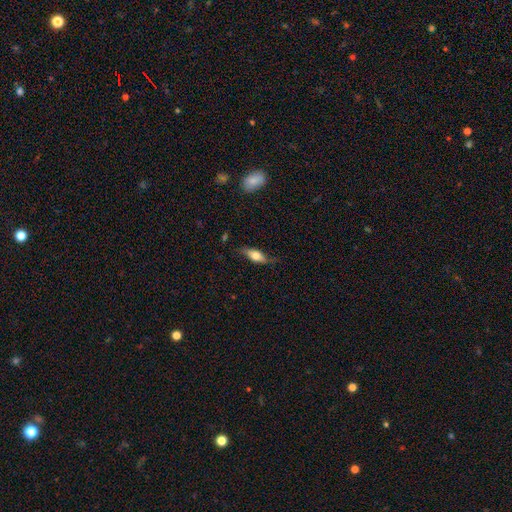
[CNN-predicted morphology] Smooth or featured?
  - smooth: 60% *
  - featured or disk: 33%
  - star or artifact: 6%
How rounded?
  - in between: 65% *
  - cigar-shaped: 31%
  - round: 3%
Merging?
  - none: 69% *
  - minor disturbance: 24%
  - major disturbance: 6%
  - merger: 1%